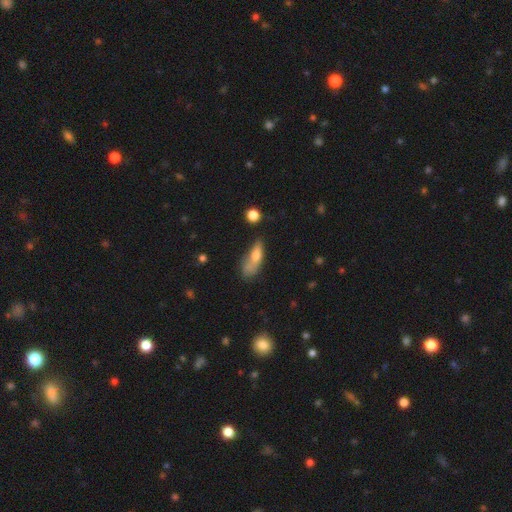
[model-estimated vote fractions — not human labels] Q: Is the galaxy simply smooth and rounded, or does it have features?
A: smooth — 69%.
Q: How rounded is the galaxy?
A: in between — 58%.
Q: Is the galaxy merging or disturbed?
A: none — 37%.